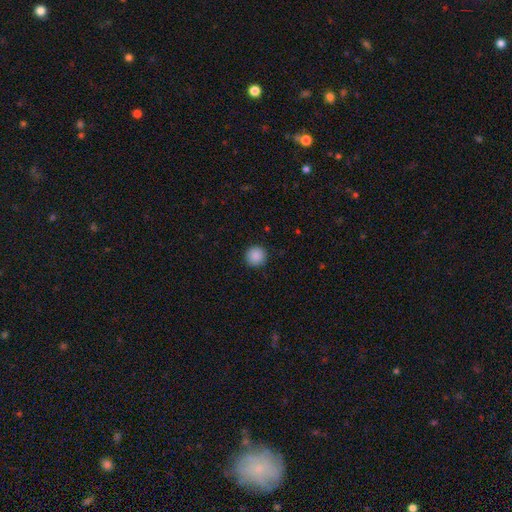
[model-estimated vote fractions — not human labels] smooth_or_featured: smooth (p=0.89) [alt: star or artifact p=0.08]
how_rounded: round (p=0.95) [alt: in between p=0.04]
merging: none (p=0.92) [alt: minor disturbance p=0.05]